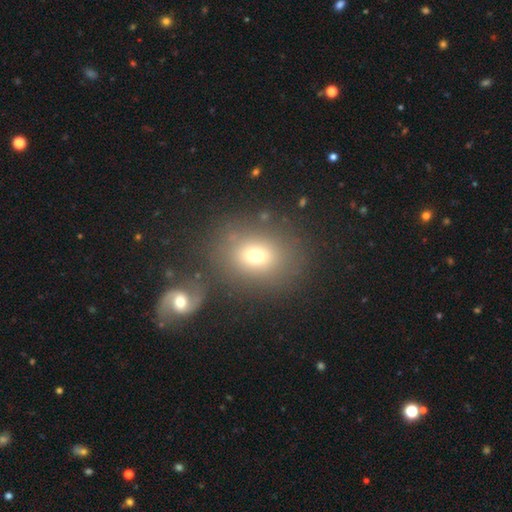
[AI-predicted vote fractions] Overall: smooth (69%). How rounded: round (52%; in between 47%). Merging: none (69%).